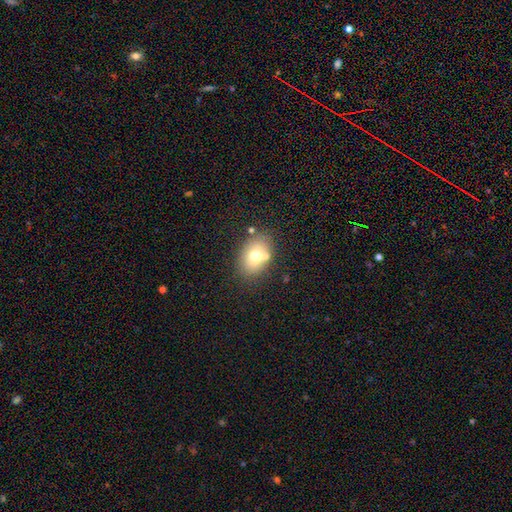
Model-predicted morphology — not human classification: This appears to be a smooth galaxy with no disk features (69%) that is in between round and cigar-shaped (75%). Merging: none (71%).